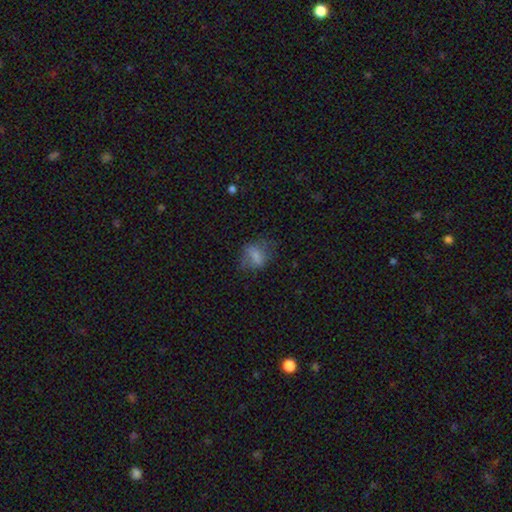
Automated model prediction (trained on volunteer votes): Smooth or featured? smooth (65%)
How rounded? in between (57%)
Merging? none (53%)